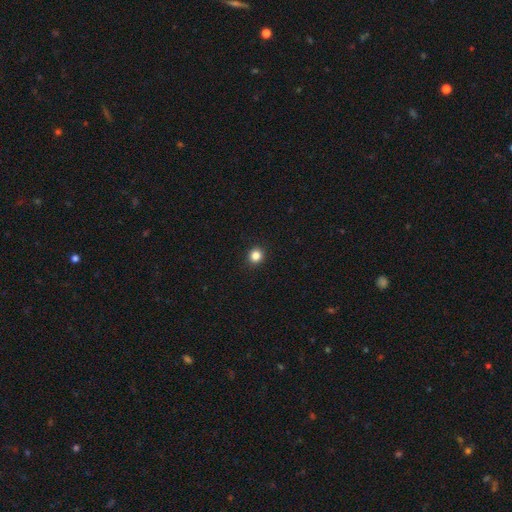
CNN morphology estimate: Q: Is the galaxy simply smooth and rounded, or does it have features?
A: smooth — 84%.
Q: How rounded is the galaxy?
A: round — 91%.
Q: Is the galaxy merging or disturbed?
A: none — 93%.